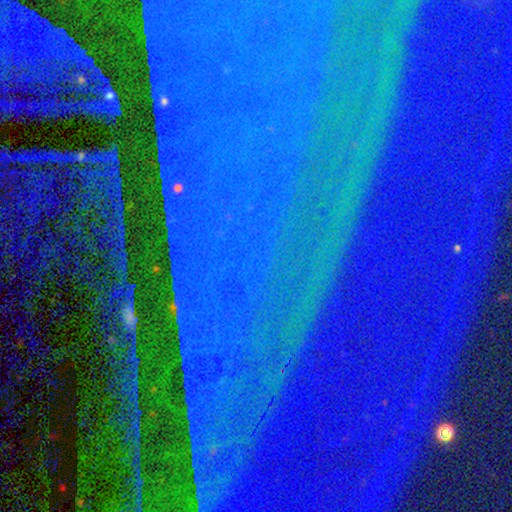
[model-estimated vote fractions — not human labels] Morphology: type=star or artifact (89%).